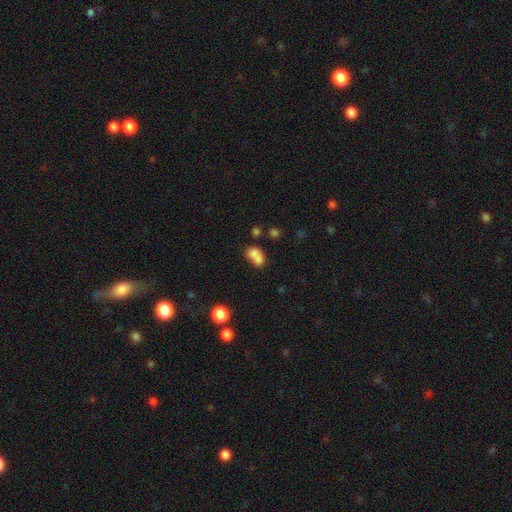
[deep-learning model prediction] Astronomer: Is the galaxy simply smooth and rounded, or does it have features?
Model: smooth — 73%.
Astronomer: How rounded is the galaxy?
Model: in between — 55% (runner-up: round, 43%).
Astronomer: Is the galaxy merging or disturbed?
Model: merger — 66%.